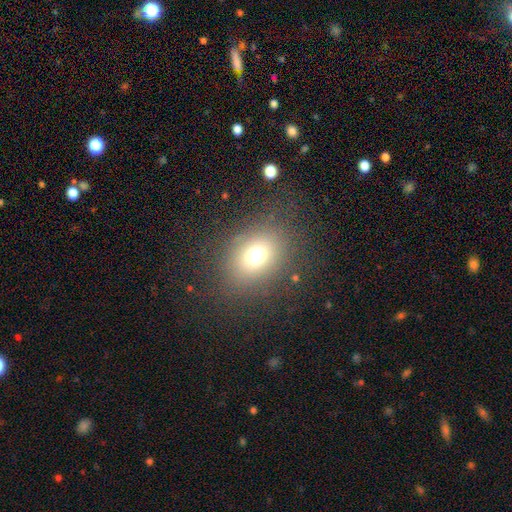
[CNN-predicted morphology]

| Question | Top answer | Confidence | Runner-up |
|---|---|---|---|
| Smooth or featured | smooth | 70% | star or artifact (19%) |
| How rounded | round | 51% | in between (47%) |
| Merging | none | 81% | minor disturbance (10%) |